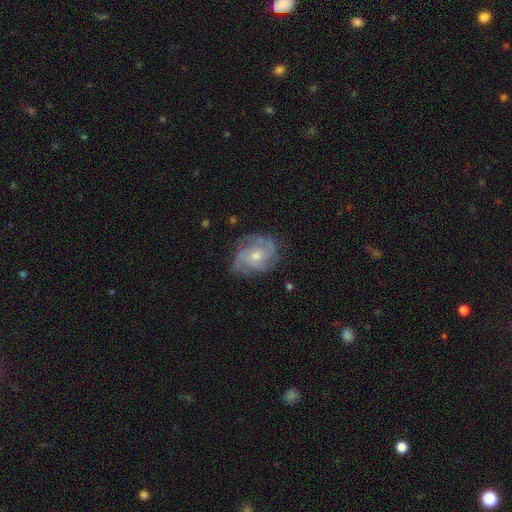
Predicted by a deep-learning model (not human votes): Morphology: type=featured or disk (79%); edge-on=no (97%); bar=no (70%); spiral arms=yes (93%); winding=tight (44%); arm count=3 (37%); bulge=moderate (53%); merging=none (70%).